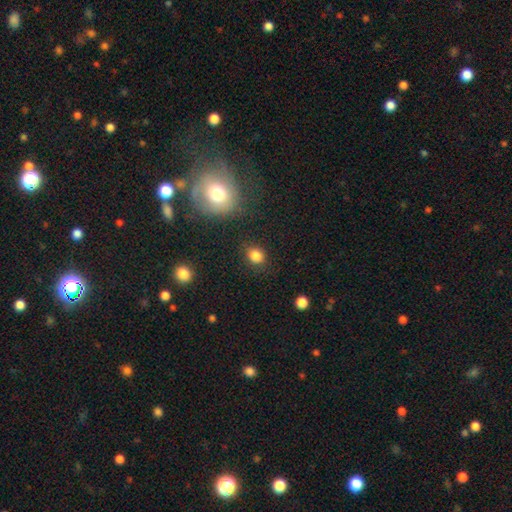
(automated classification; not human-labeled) Overall: smooth (83%). How rounded: round (65%; in between 34%). Merging: none (83%).